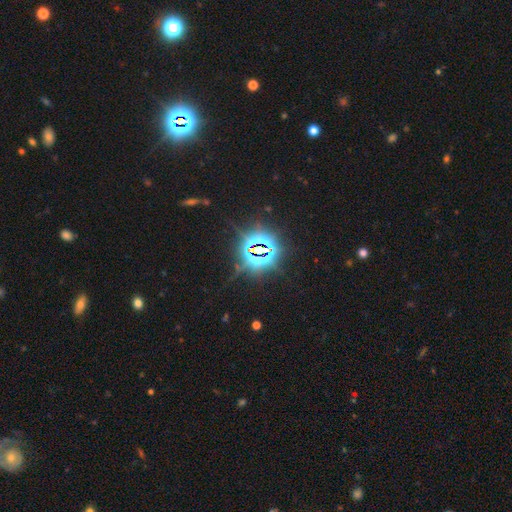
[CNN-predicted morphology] This appears to be a star or artifact, not a galaxy (83%).